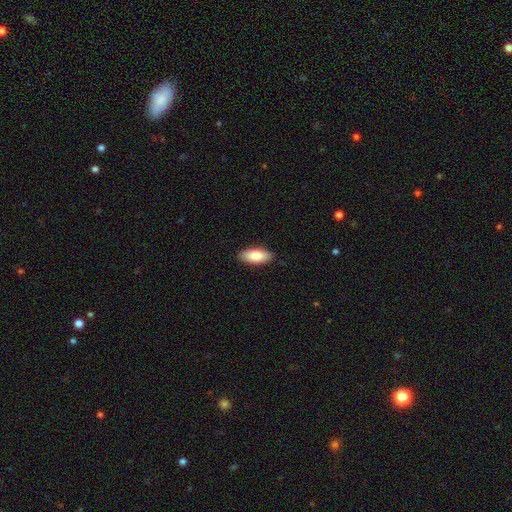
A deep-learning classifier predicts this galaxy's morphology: Q: Smooth or featured?
A: smooth (83%); runner-up: featured or disk (11%)
Q: How rounded?
A: in between (83%); runner-up: cigar-shaped (15%)
Q: Merging?
A: none (89%); runner-up: minor disturbance (8%)